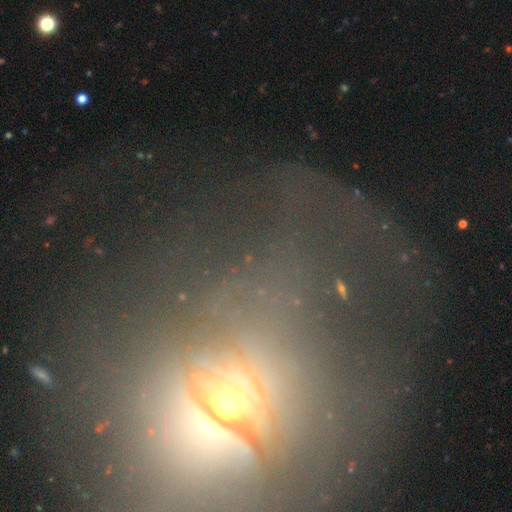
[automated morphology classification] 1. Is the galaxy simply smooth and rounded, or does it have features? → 39% star or artifact, 37% featured or disk, 24% smooth.